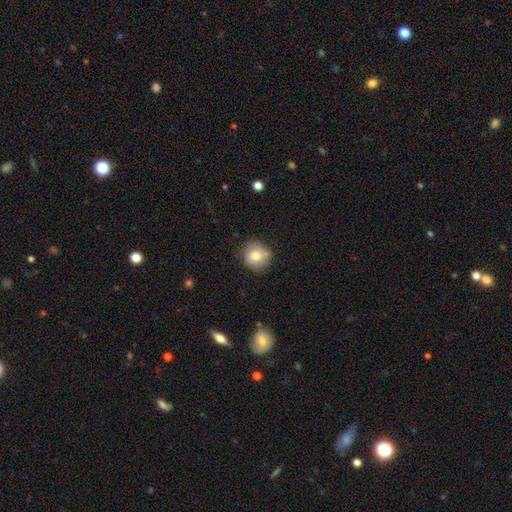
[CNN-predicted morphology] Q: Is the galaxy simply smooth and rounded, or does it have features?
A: smooth — 75%.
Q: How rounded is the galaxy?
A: round — 90%.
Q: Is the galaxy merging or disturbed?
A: none — 79%.